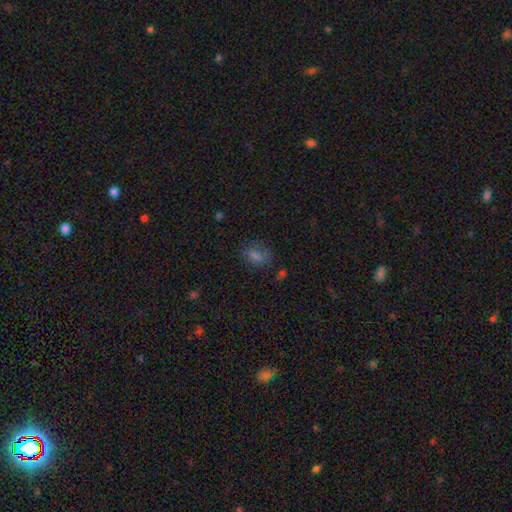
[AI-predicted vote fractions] Overall: smooth (60%; star or artifact 26%). How rounded: in between (72%). Merging: none (68%).